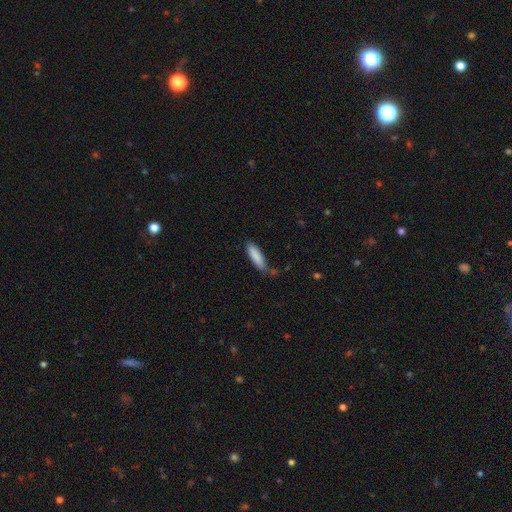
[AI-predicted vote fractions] The model was most divided on "how rounded": cigar-shaped: 58%, in between: 41%, round: 1%. More confident: smooth or featured — smooth (87%); merging — none (71%).